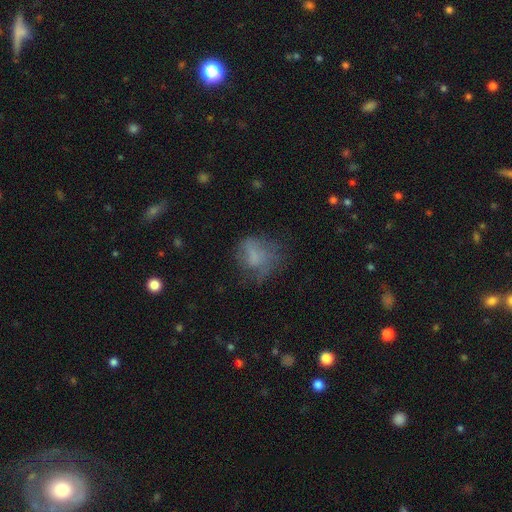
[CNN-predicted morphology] Smooth or featured?
  - smooth: 54% *
  - featured or disk: 32%
  - star or artifact: 14%
How rounded?
  - round: 56% *
  - in between: 43%
  - cigar-shaped: 2%
Merging?
  - none: 42% *
  - major disturbance: 30%
  - minor disturbance: 25%
  - merger: 3%